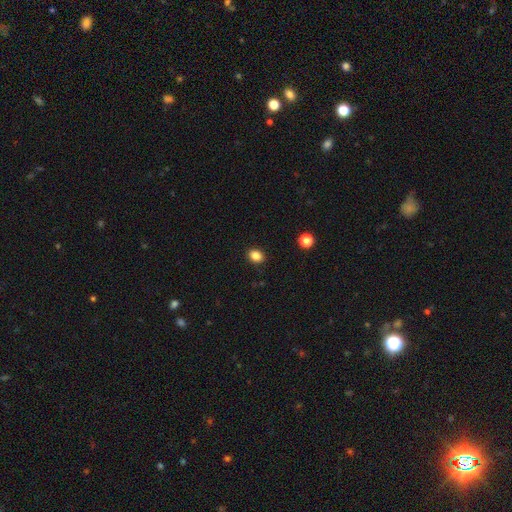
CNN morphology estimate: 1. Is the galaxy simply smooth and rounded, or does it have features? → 86% smooth, 11% star or artifact, 4% featured or disk.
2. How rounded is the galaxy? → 58% in between, 41% round, 1% cigar-shaped.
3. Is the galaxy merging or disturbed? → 90% none, 7% minor disturbance, 2% major disturbance, 1% merger.